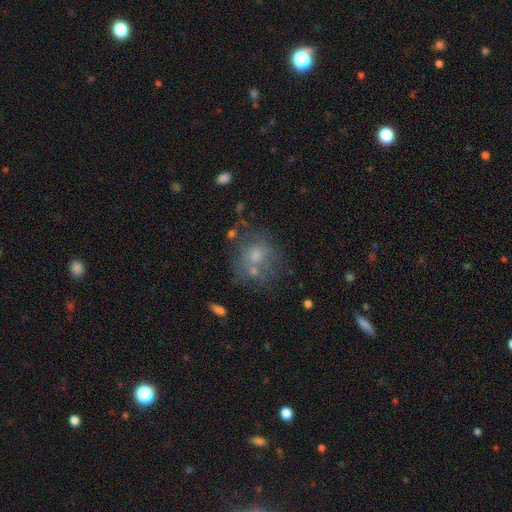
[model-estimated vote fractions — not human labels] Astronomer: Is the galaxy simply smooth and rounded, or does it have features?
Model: smooth — 55% (runner-up: featured or disk, 32%).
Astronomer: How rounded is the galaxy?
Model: round — 75%.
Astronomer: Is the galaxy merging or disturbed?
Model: none — 51%.